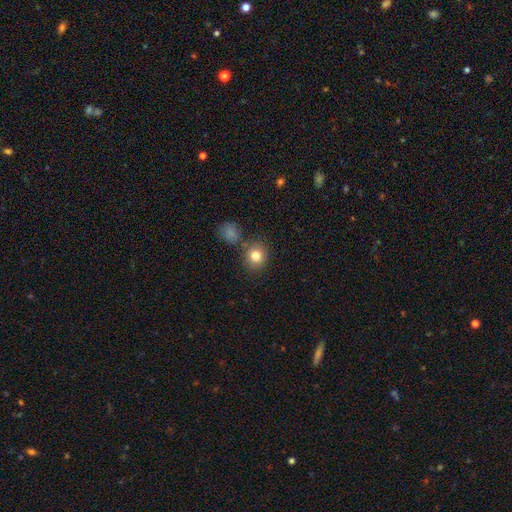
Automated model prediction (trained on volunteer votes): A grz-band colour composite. It shows a smooth galaxy with no disk features (82%) that is round (79%). Merging: none (78%).